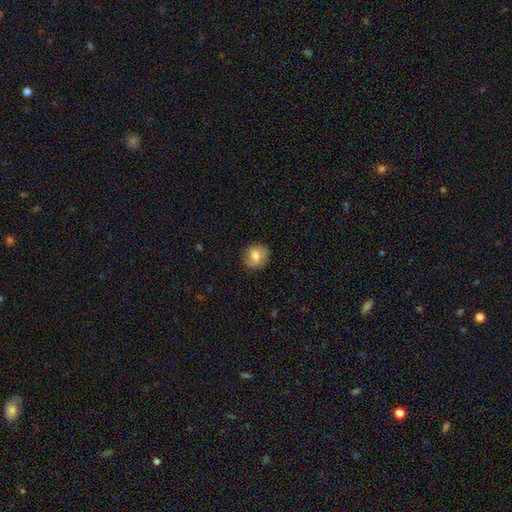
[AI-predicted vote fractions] Smooth or featured? Predicted: smooth (p=0.63). How rounded? Predicted: round (p=0.83). Merging? Predicted: none (p=0.82).